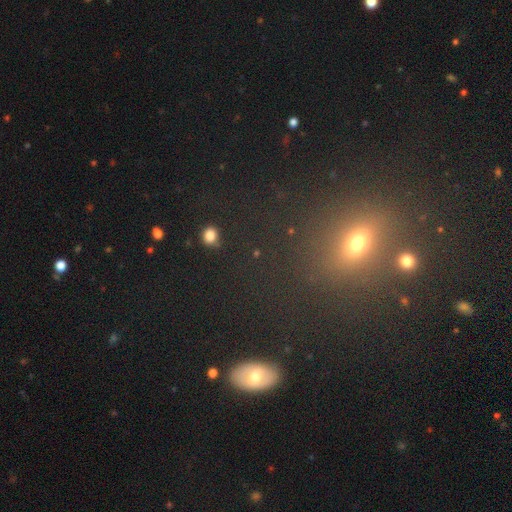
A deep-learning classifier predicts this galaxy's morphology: Q: Smooth or featured?
A: star or artifact (45%); runner-up: smooth (41%)